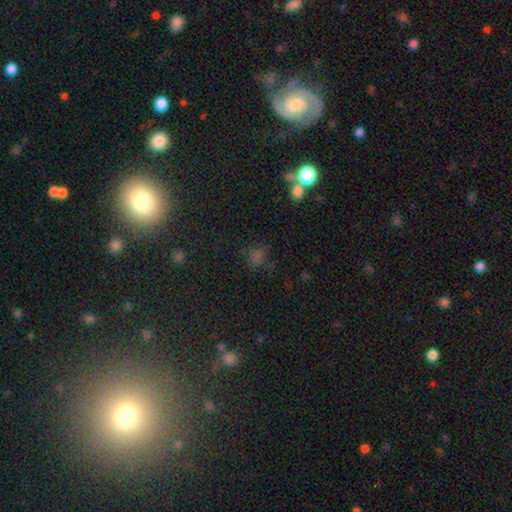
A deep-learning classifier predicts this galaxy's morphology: smooth 53%, star or artifact 38%, featured or disk 9%. Down the decision tree: how rounded — round (80%); merging — none (73%).